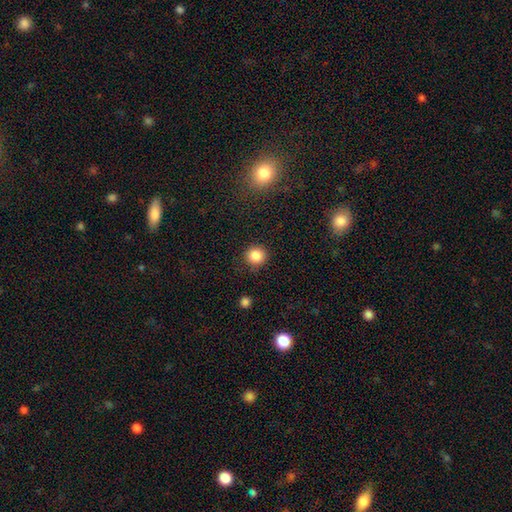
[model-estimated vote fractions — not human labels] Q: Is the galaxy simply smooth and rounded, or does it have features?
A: smooth — 85%.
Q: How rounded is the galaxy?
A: round — 92%.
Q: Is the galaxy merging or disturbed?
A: none — 87%.